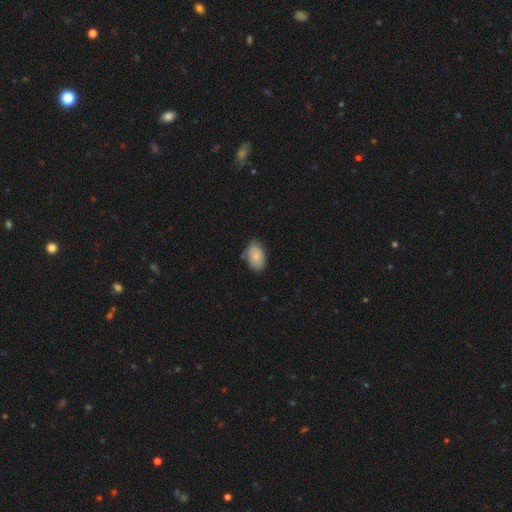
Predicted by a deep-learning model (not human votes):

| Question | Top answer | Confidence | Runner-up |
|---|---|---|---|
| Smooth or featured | smooth | 84% | featured or disk (9%) |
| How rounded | in between | 91% | round (8%) |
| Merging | none | 70% | minor disturbance (23%) |